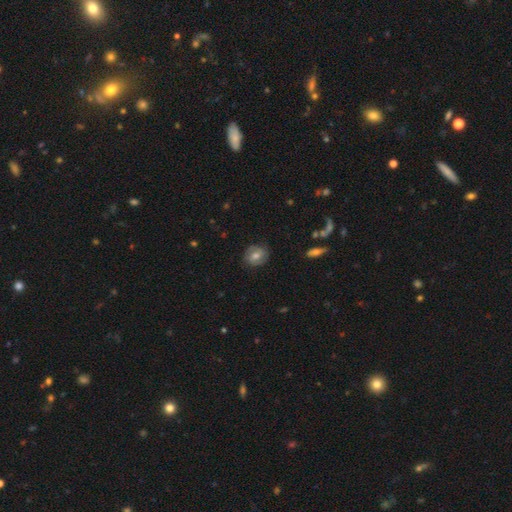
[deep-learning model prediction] Morphology: type=smooth (52%); roundness=round (74%); merging=none (84%).